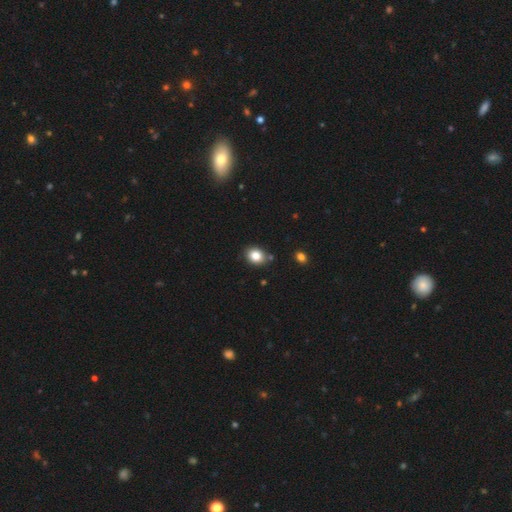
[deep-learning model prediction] A smooth galaxy with no disk features (83%) that is round (52%). Merging: none (81%).